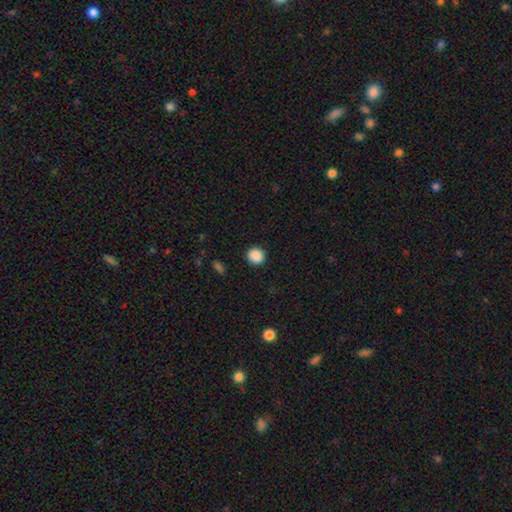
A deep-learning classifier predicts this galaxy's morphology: This is clearly a smooth galaxy (89%). How rounded: clearly round (89%). Merging: clearly none (91%).